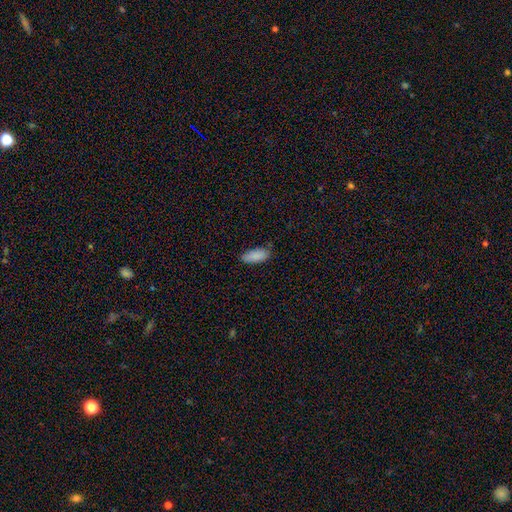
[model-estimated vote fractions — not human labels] A smooth galaxy with no disk features (88%) that is in between round and cigar-shaped (81%). Merging: none (76%).